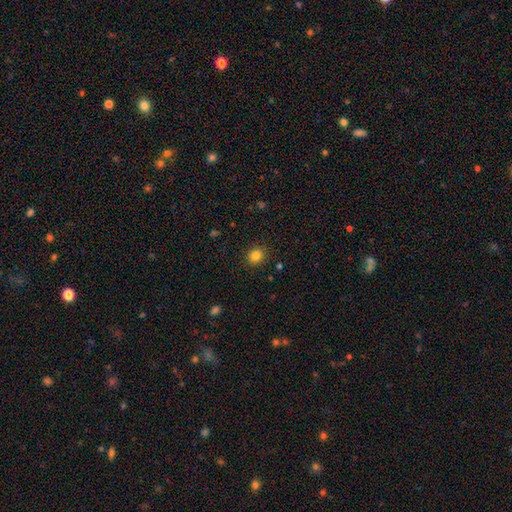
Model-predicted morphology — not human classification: Overall: smooth (83%). How rounded: round (82%). Merging: none (90%).